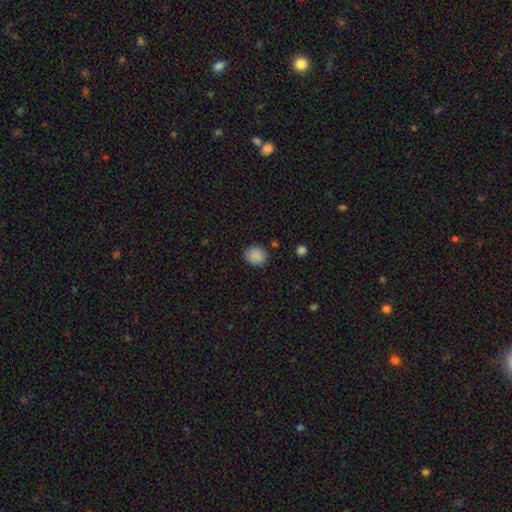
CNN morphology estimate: smooth 88%, star or artifact 9%, featured or disk 4%. Down the decision tree: how rounded — round (71%); merging — none (84%).